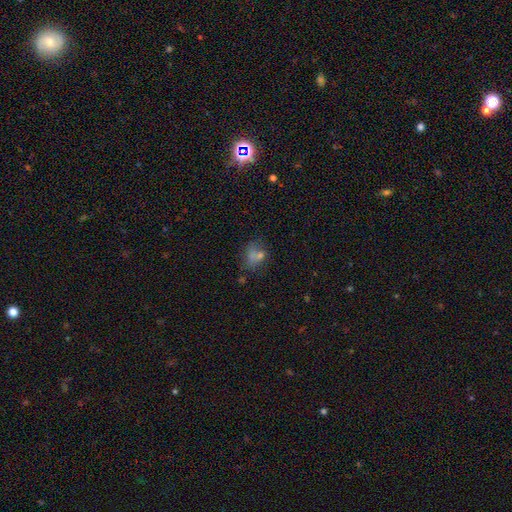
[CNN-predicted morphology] type=smooth (65%); roundness=in between (63%); merging=none (36%).